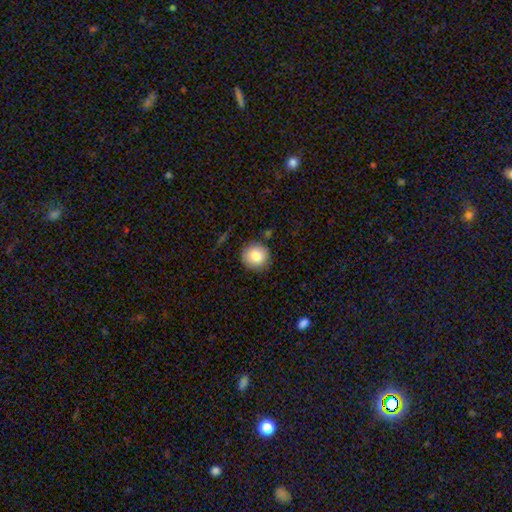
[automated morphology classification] Overall: smooth (84%). How rounded: round (93%). Merging: none (87%).